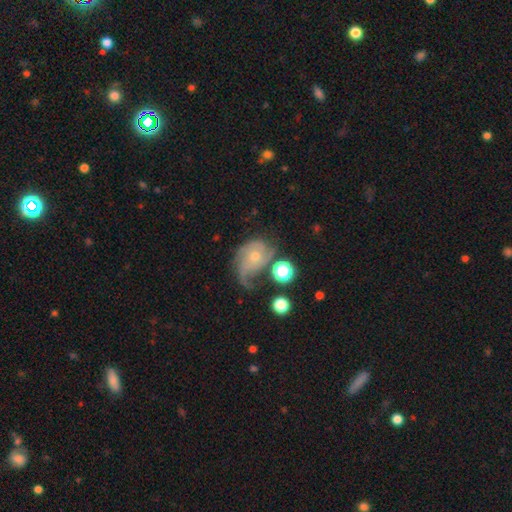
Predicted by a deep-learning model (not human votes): featured or disk 67%, smooth 23%, star or artifact 10%. Down the decision tree: edge-on disk — no (97%); bar — no (77%); spiral arms — yes (88%); spiral arm count — 2 (34%); spiral winding — loose (44%); bulge size — small (60%); merging — major disturbance (33%, tied with none).